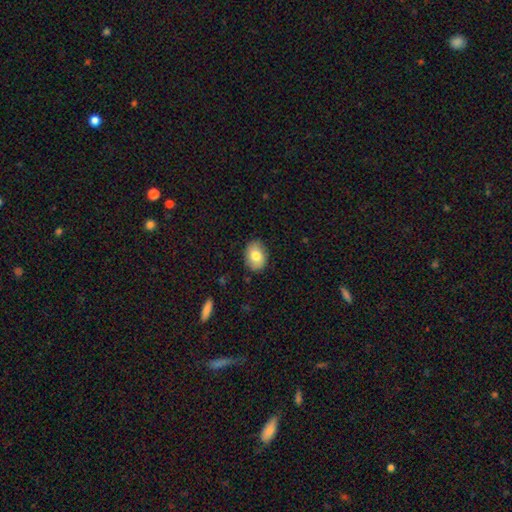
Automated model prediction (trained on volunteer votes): Smooth or featured: smooth — 79% (featured or disk — 13%)
How rounded: in between — 70% (round — 28%)
Merging: none — 86% (minor disturbance — 11%)